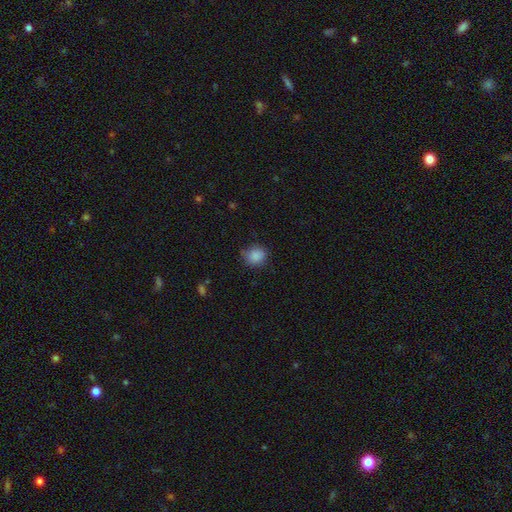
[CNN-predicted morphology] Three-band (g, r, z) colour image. It shows a smooth galaxy with no disk features (87%) that is round (77%). Merging: none (76%).